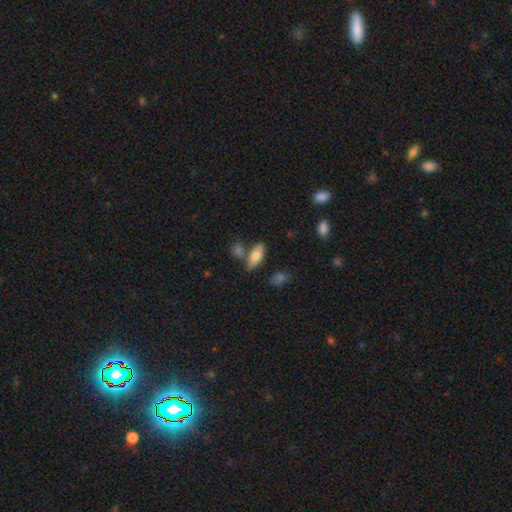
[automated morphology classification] Overall: smooth (73%). How rounded: in between (71%). Merging: none (63%).